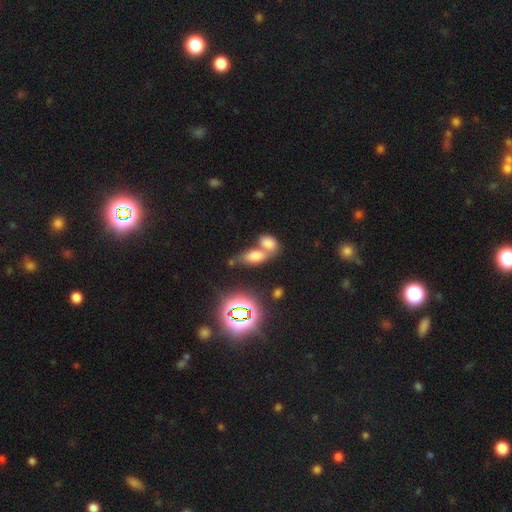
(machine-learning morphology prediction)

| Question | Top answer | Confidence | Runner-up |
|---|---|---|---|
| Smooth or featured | smooth | 69% | star or artifact (19%) |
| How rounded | in between | 86% | round (8%) |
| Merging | merger | 63% | none (25%) |